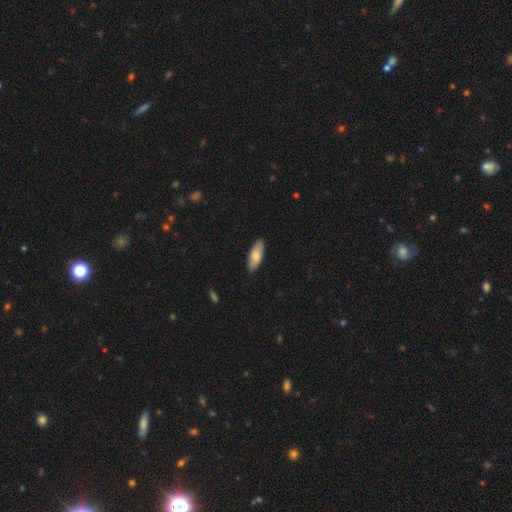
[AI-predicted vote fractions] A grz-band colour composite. It shows a smooth galaxy with no disk features (79%) that is in between round and cigar-shaped (72%). Merging: none (87%).